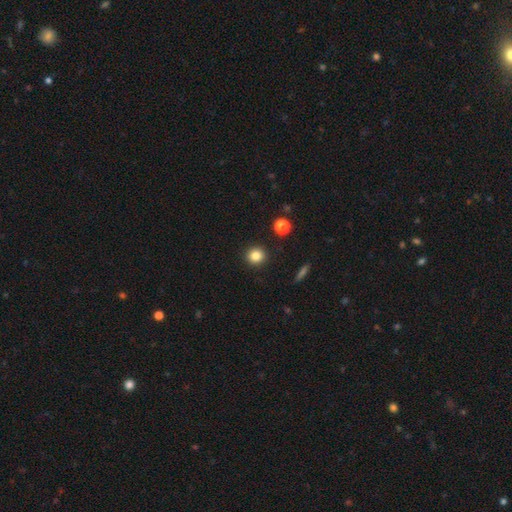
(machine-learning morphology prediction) smooth-or-featured: smooth: 83% | star or artifact: 11% | featured or disk: 6%
  how-rounded: round: 92% | in between: 7% | cigar-shaped: 1%
  merging: none: 92% | minor disturbance: 5% | major disturbance: 2% | merger: 2%